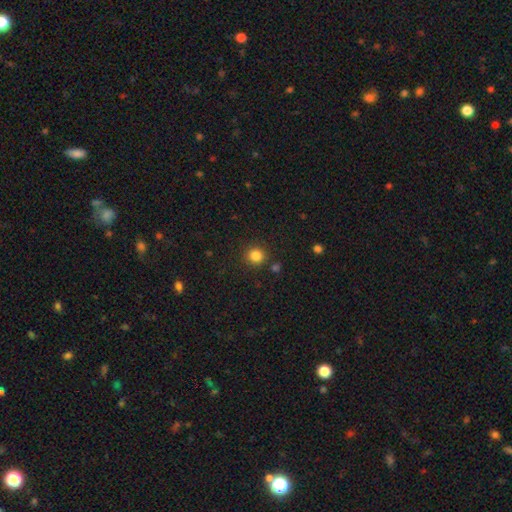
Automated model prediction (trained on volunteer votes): smooth_or_featured: smooth (p=0.83) [alt: star or artifact p=0.12]
how_rounded: round (p=0.91) [alt: in between p=0.08]
merging: none (p=0.88) [alt: minor disturbance p=0.07]